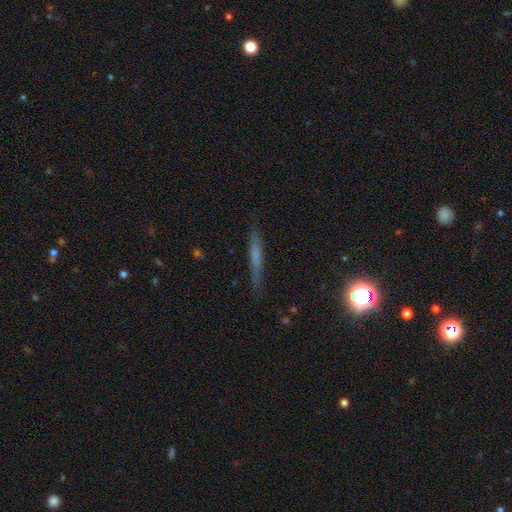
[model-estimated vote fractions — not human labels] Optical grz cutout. It shows a smooth galaxy with no disk features (52%) that is cigar-shaped (92%). Merging: none (82%).